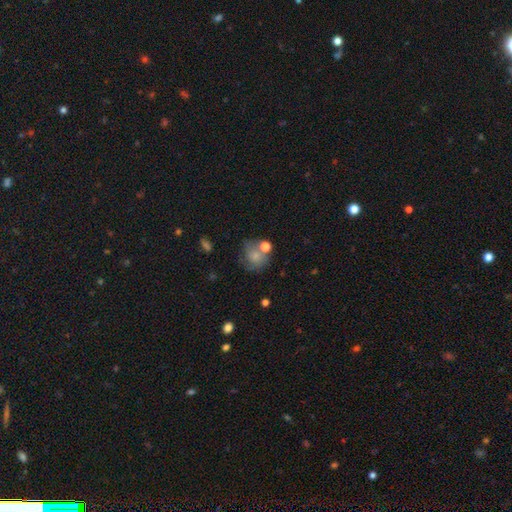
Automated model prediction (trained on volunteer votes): Smooth or featured? smooth (64%)
How rounded? round (75%)
Merging? none (46%)